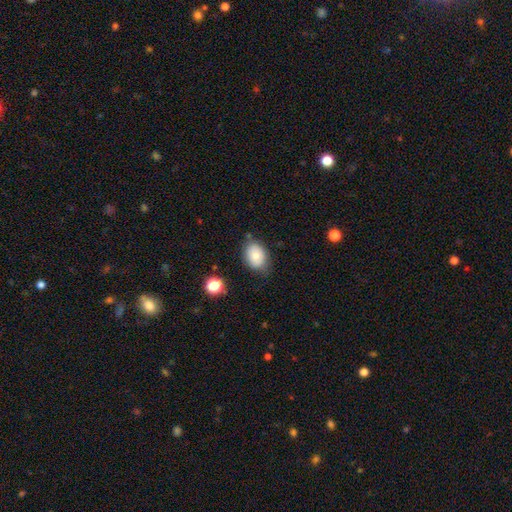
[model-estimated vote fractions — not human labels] This is likely a smooth galaxy (77%). How rounded: likely in between (72%). Merging: likely none (73%).